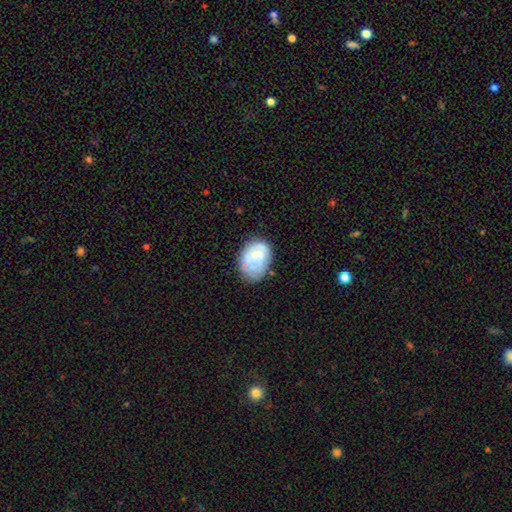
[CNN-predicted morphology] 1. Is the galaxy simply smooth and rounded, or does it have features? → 54% smooth, 39% featured or disk, 8% star or artifact.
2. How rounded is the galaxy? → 74% in between, 25% round, 1% cigar-shaped.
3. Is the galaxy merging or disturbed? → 55% none, 30% minor disturbance, 12% major disturbance, 3% merger.